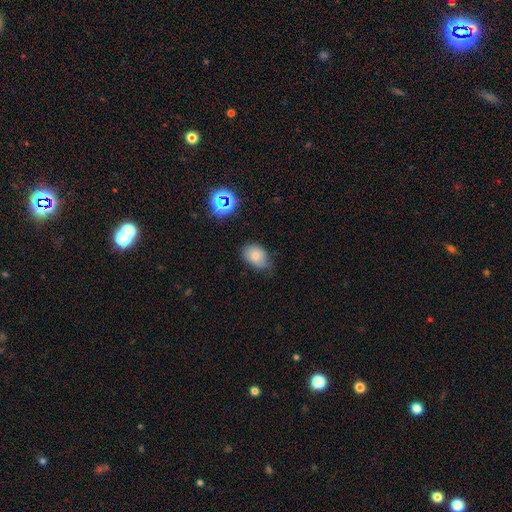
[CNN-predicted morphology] Smooth or featured?
  - smooth: 77% *
  - star or artifact: 12%
  - featured or disk: 10%
How rounded?
  - in between: 75% *
  - round: 23%
  - cigar-shaped: 1%
Merging?
  - none: 54% *
  - minor disturbance: 37%
  - major disturbance: 7%
  - merger: 2%